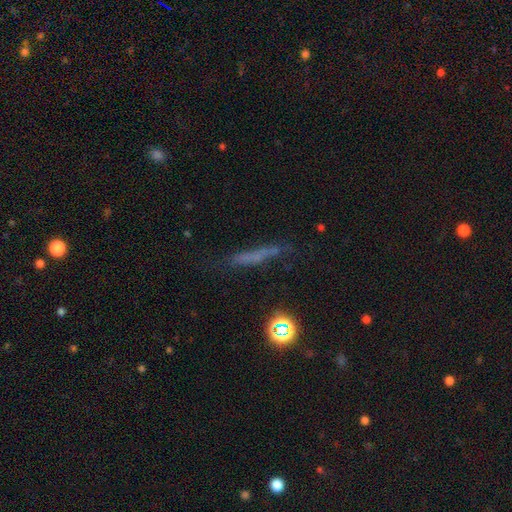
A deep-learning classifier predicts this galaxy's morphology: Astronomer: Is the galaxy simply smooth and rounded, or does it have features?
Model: smooth — 49% (runner-up: featured or disk, 31%).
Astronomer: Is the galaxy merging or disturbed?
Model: none — 67%.